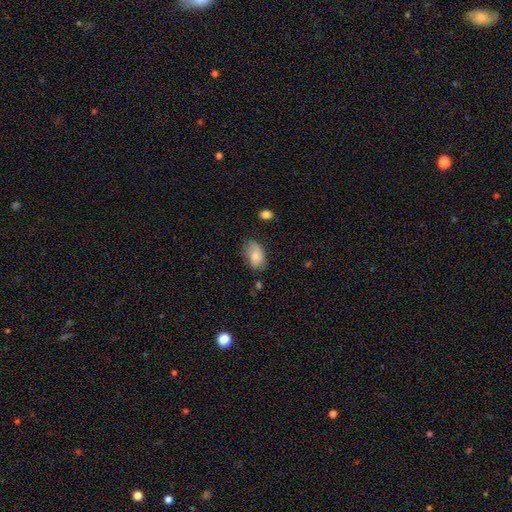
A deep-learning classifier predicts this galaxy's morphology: Smooth or featured? smooth (80%)
How rounded? in between (91%)
Merging? none (65%)